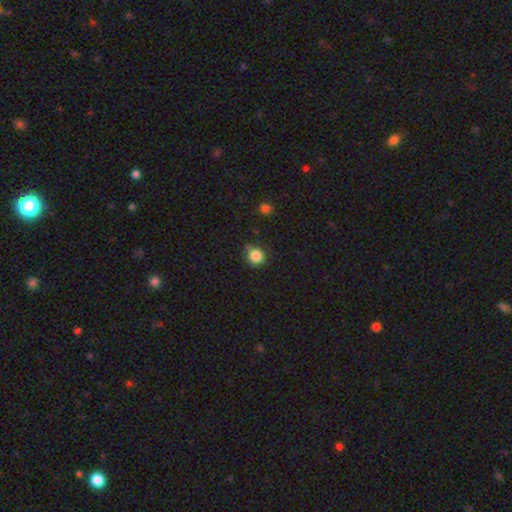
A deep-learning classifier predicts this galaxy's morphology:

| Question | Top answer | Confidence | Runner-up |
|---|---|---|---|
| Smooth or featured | smooth | 85% | star or artifact (11%) |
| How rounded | round | 89% | in between (10%) |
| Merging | none | 77% | minor disturbance (17%) |